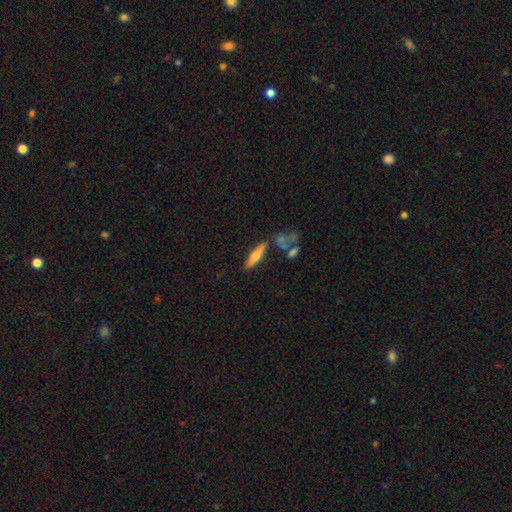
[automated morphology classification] This is possibly a smooth galaxy (47%, tied with featured or disk). Merging: likely none (78%).